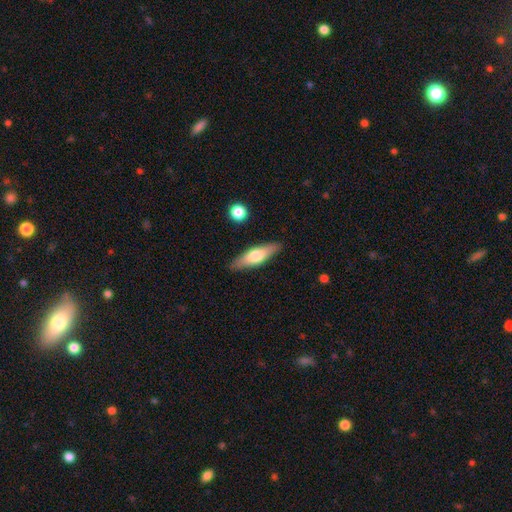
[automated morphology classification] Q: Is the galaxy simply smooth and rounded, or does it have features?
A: smooth — 56%.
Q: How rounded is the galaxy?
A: cigar-shaped — 60%.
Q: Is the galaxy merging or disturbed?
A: none — 86%.